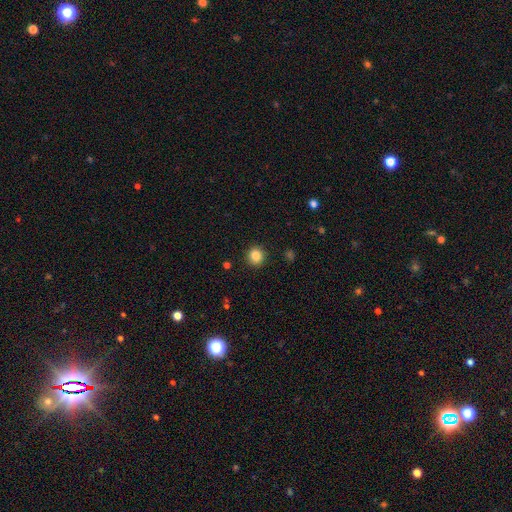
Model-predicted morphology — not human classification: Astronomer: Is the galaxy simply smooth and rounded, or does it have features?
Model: smooth — 85%.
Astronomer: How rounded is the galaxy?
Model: round — 90%.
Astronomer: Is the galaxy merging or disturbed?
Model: none — 91%.